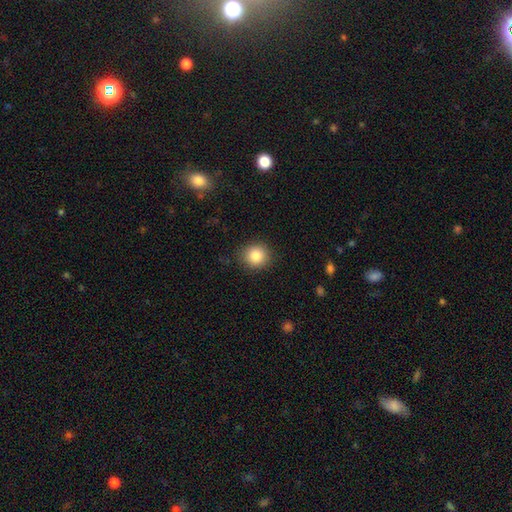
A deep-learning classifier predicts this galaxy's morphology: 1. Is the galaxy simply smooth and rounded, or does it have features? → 85% smooth, 10% star or artifact, 6% featured or disk.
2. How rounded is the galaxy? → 88% round, 11% in between, 1% cigar-shaped.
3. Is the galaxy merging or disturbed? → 88% none, 8% minor disturbance, 2% major disturbance, 1% merger.